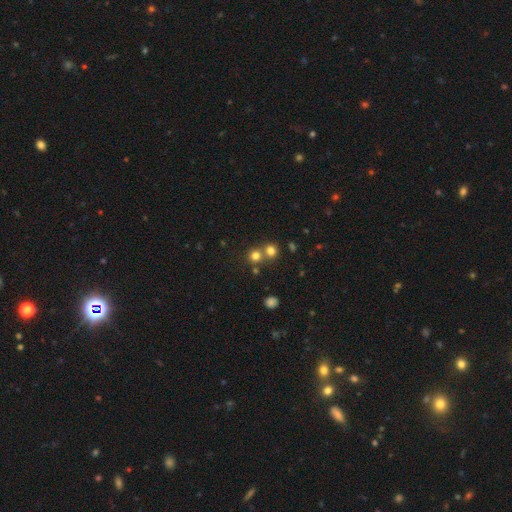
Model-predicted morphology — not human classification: Smooth or featured?
  - smooth: 75% *
  - star or artifact: 17%
  - featured or disk: 7%
How rounded?
  - round: 90% *
  - in between: 9%
  - cigar-shaped: 1%
Merging?
  - none: 58% *
  - merger: 35%
  - minor disturbance: 5%
  - major disturbance: 2%